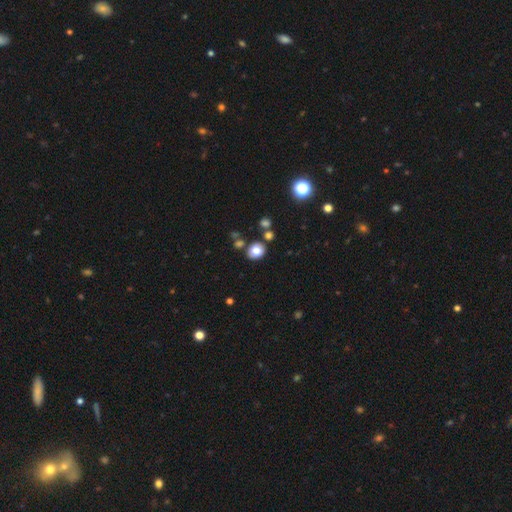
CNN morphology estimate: Overall: star or artifact (48%; smooth 38%).